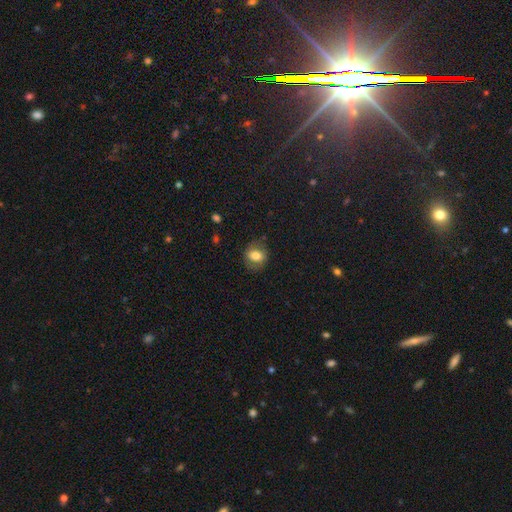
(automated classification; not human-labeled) This is likely a smooth galaxy (74%). How rounded: possibly round (51%). Merging: likely none (76%).